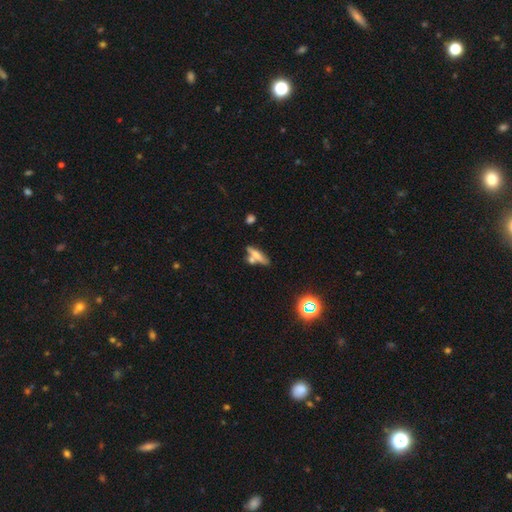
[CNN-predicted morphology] smooth-or-featured: smooth: 52% | featured or disk: 37% | star or artifact: 11%
  how-rounded: cigar-shaped: 67% | in between: 28% | round: 5%
  merging: none: 51% | merger: 31% | minor disturbance: 12% | major disturbance: 5%